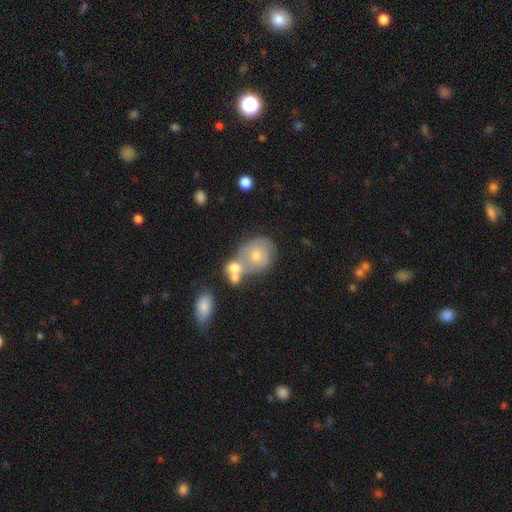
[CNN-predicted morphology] smooth 49%, featured or disk 37%, star or artifact 13%. Down the decision tree: merging — merger (44%).